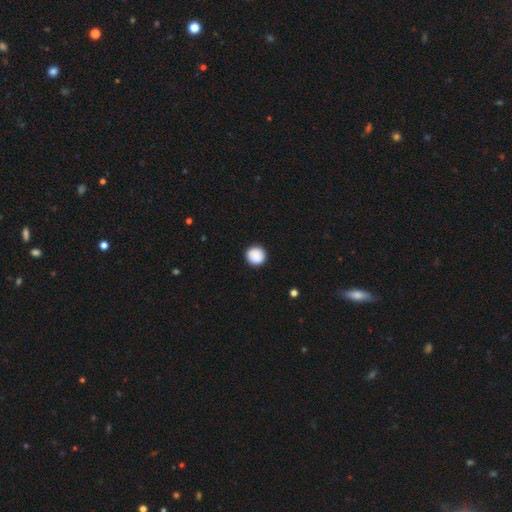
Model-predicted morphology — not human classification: Smooth or featured: smooth — 88% (star or artifact — 8%)
How rounded: round — 94% (in between — 5%)
Merging: none — 91% (minor disturbance — 6%)